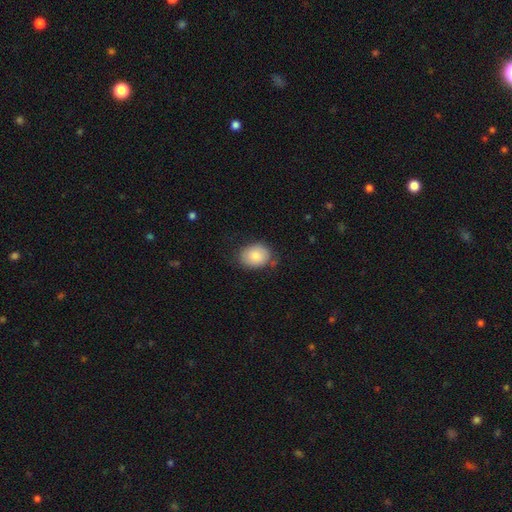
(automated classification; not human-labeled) Smooth or featured?
  - smooth: 83% *
  - featured or disk: 10%
  - star or artifact: 7%
How rounded?
  - in between: 61% *
  - round: 38%
  - cigar-shaped: 1%
Merging?
  - none: 74% *
  - minor disturbance: 19%
  - major disturbance: 5%
  - merger: 2%